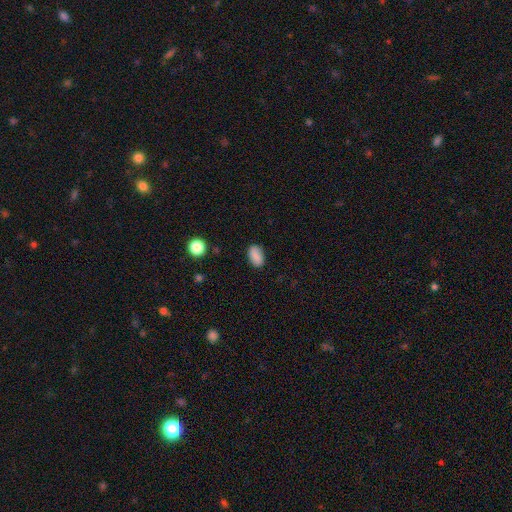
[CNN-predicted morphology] Smooth or featured: smooth — 85% (star or artifact — 9%)
How rounded: in between — 90% (round — 8%)
Merging: none — 83% (minor disturbance — 13%)